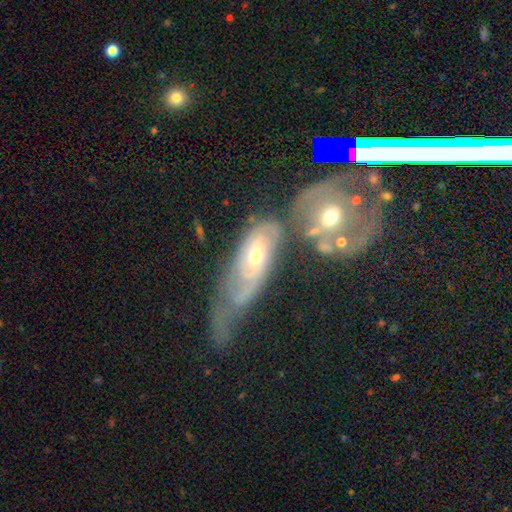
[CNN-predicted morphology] Q: Smooth or featured?
A: featured or disk (69%); runner-up: smooth (24%)
Q: Edge-on disk?
A: no (87%); runner-up: yes (13%)
Q: Bar?
A: no (67%); runner-up: weak (25%)
Q: Spiral arms?
A: yes (77%); runner-up: no (23%)
Q: Bulge size?
A: moderate (68%); runner-up: small (23%)
Q: Merging?
A: merger (29%); runner-up: major disturbance (27%)